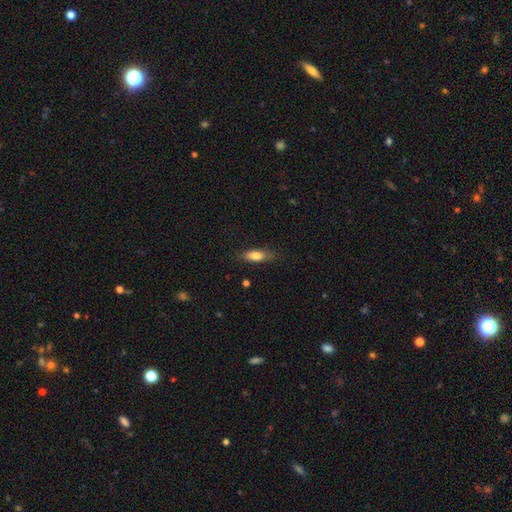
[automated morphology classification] Q: Smooth or featured?
A: smooth (75%); runner-up: featured or disk (19%)
Q: How rounded?
A: in between (63%); runner-up: cigar-shaped (34%)
Q: Merging?
A: none (79%); runner-up: minor disturbance (16%)